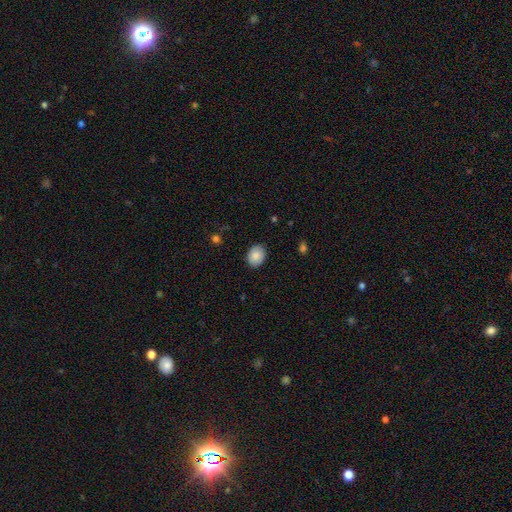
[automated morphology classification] A smooth galaxy with no disk features (87%) that is in between round and cigar-shaped (64%).

Vote fractions:
- Smooth or featured? smooth: 87% / star or artifact: 7% / featured or disk: 6%
- How rounded? in between: 64% / round: 36% / cigar-shaped: 1%
- Merging? none: 87% / minor disturbance: 10% / major disturbance: 2% / merger: 1%